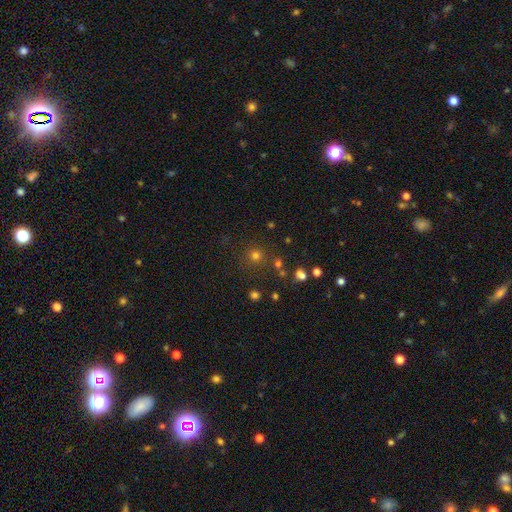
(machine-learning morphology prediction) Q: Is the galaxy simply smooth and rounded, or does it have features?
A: smooth — 66%.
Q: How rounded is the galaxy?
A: round — 94%.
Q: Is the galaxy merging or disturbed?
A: none — 83%.